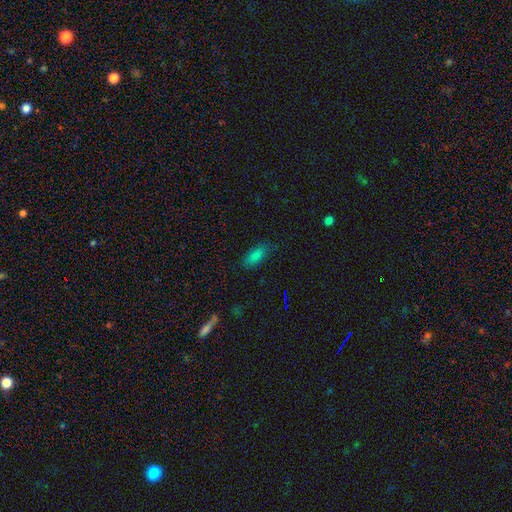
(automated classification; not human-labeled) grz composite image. It shows a smooth galaxy with no disk features (82%) that is in between round and cigar-shaped (82%). Merging: none (81%).